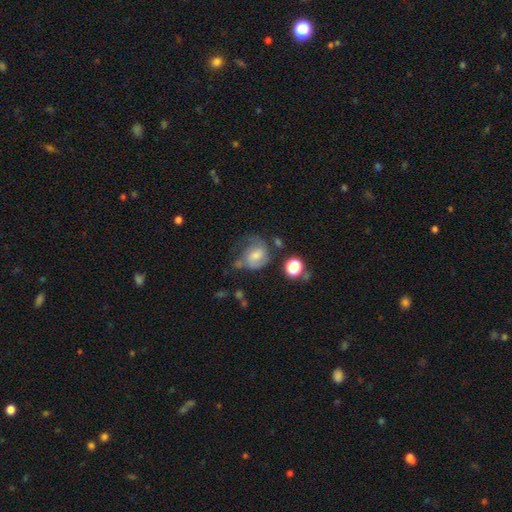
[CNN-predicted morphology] smooth 46%, featured or disk 43%, star or artifact 11%. Down the decision tree: merging — none (37%).